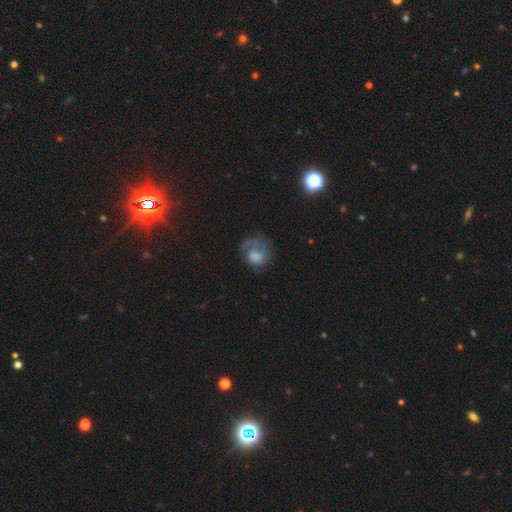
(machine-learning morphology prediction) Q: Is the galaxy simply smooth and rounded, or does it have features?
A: smooth — 48%.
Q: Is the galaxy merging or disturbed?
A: none — 45%.